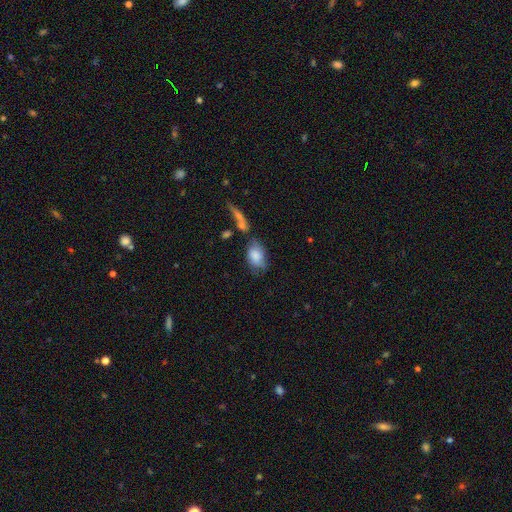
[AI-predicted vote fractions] Morphology: type=smooth (77%); roundness=in between (87%); merging=none (46%).